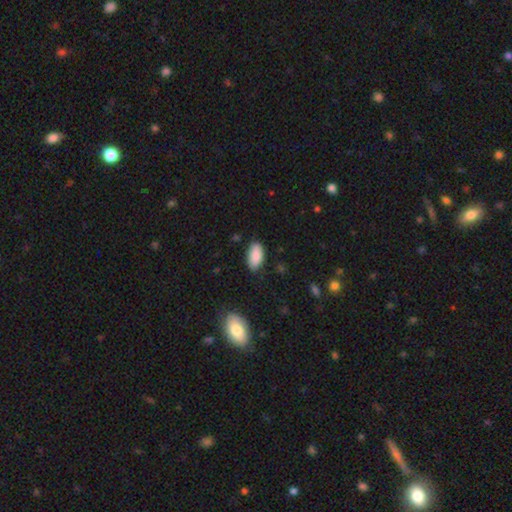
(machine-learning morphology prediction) smooth 87%, star or artifact 7%, featured or disk 6%. Down the decision tree: how rounded — in between (94%); merging — none (80%).